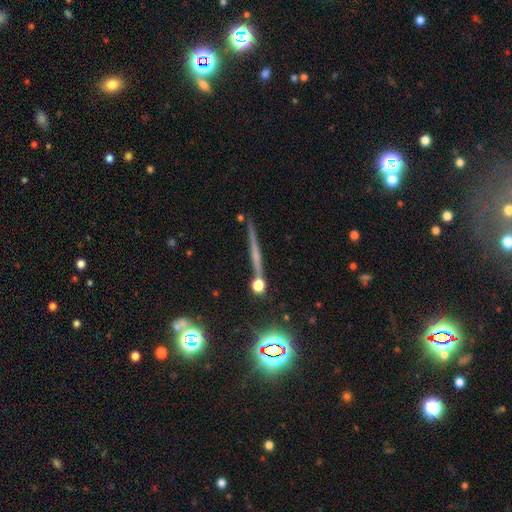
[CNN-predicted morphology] This is possibly a featured or disk galaxy (47%). Merging: clearly none (83%).